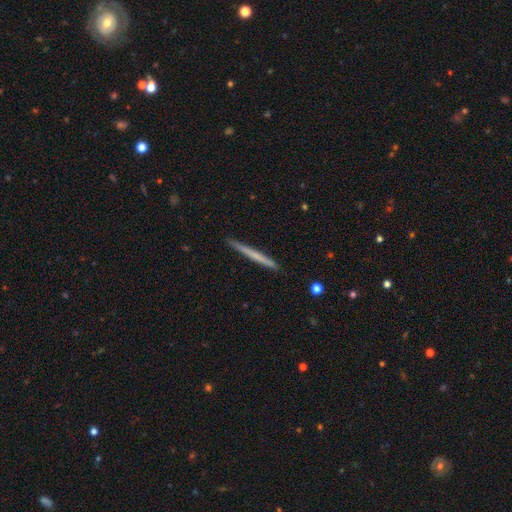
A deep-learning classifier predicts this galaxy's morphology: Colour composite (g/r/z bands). It shows a smooth galaxy with no disk features (54%) that is cigar-shaped (97%). Merging: none (91%).